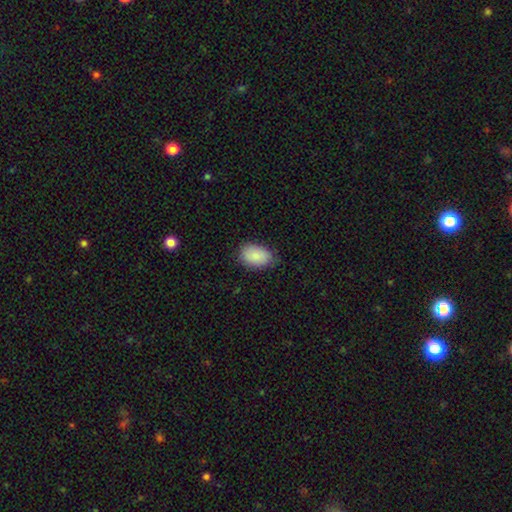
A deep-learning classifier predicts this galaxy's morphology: Smooth or featured? Predicted: smooth (p=0.86). How rounded? Predicted: in between (p=0.88). Merging? Predicted: none (p=0.74).